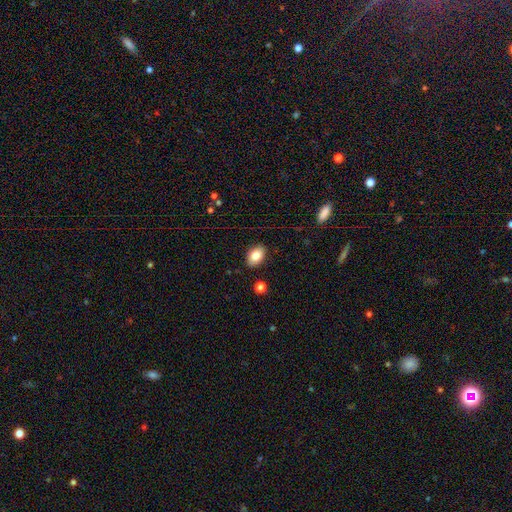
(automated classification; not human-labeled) Overall: smooth (84%). How rounded: in between (86%). Merging: none (88%).